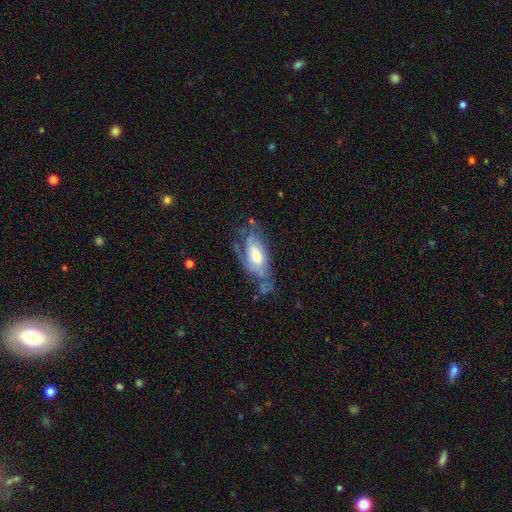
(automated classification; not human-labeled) Smooth or featured?
  - featured or disk: 60% *
  - smooth: 33%
  - star or artifact: 7%
Edge-on disk?
  - no: 86% *
  - yes: 14%
Bar?
  - no: 68% *
  - weak: 26%
  - strong: 6%
Spiral arms?
  - yes: 69% *
  - no: 31%
Bulge size?
  - moderate: 52% *
  - large: 24%
  - small: 19%
  - none: 3%
  - dominant: 2%
Merging?
  - none: 41% *
  - minor disturbance: 31%
  - major disturbance: 24%
  - merger: 4%